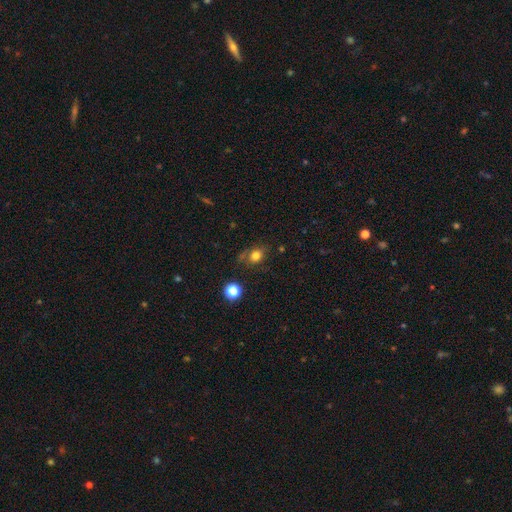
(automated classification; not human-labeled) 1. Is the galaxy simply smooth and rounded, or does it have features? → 77% smooth, 14% star or artifact, 9% featured or disk.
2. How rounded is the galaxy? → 54% round, 45% in between, 1% cigar-shaped.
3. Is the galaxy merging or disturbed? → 65% none, 21% minor disturbance, 8% major disturbance, 6% merger.